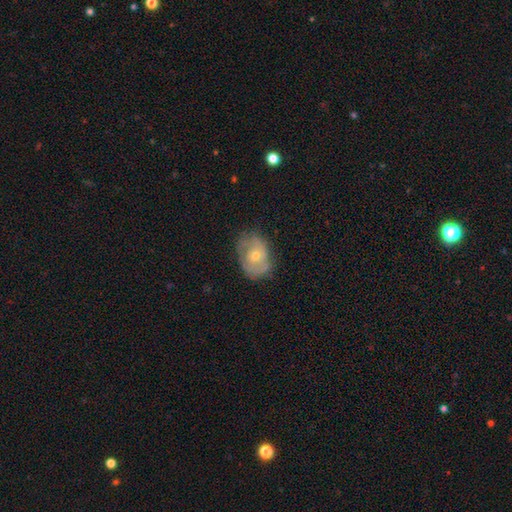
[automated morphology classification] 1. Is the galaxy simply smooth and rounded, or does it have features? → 55% featured or disk, 37% smooth, 8% star or artifact.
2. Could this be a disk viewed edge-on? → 95% no, 5% yes.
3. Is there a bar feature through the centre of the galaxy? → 78% no, 18% weak, 4% strong.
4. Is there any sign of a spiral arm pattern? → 58% yes, 42% no.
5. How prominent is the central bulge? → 54% moderate, 42% small, 2% large, 1% none, 1% dominant.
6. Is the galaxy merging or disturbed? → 65% none, 25% minor disturbance, 8% major disturbance, 1% merger.